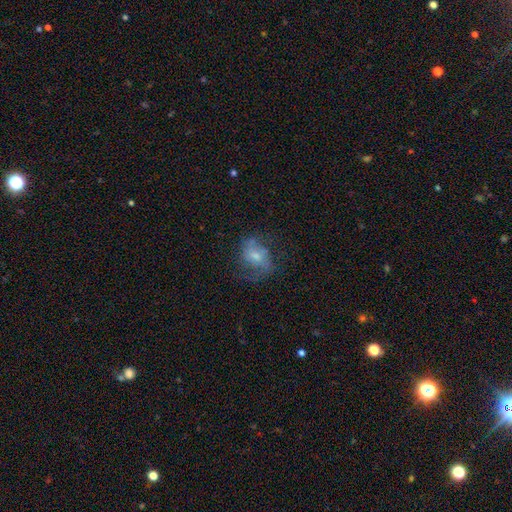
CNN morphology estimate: smooth-or-featured: featured or disk: 56% | smooth: 34% | star or artifact: 10%
  disk-edge-on: no: 97% | yes: 3%
    bar: no: 55% | weak: 38% | strong: 7%
    has-spiral-arms: yes: 74% | no: 26%
    bulge-size: moderate: 50% | small: 35% | none: 7% | large: 6% | dominant: 1%
  merging: none: 50% | major disturbance: 25% | minor disturbance: 23% | merger: 3%